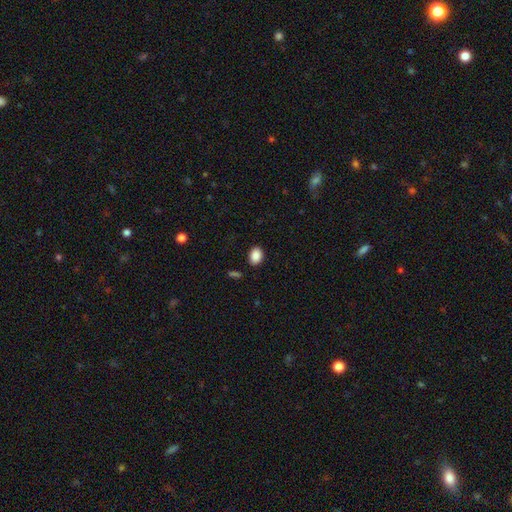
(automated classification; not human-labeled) Morphology: type=smooth (89%); roundness=in between (75%); merging=none (86%).